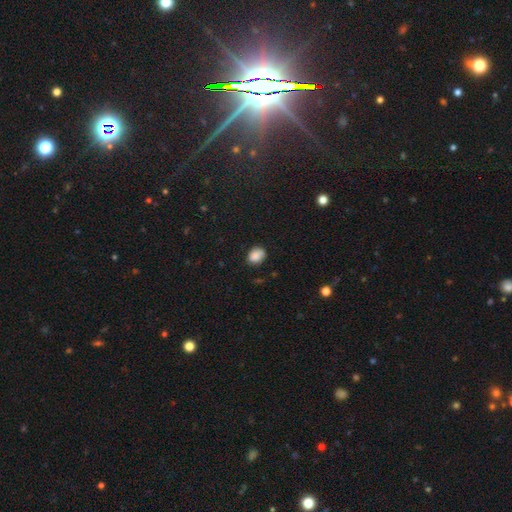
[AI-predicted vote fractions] smooth 86%, star or artifact 9%, featured or disk 5%. Down the decision tree: how rounded — in between (60%); merging — none (73%).